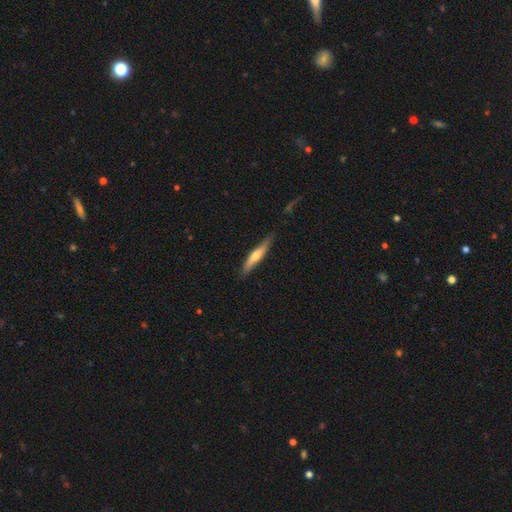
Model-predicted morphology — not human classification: This appears to be a smooth galaxy with no disk features (51%) that is cigar-shaped (88%). Merging: none (79%).